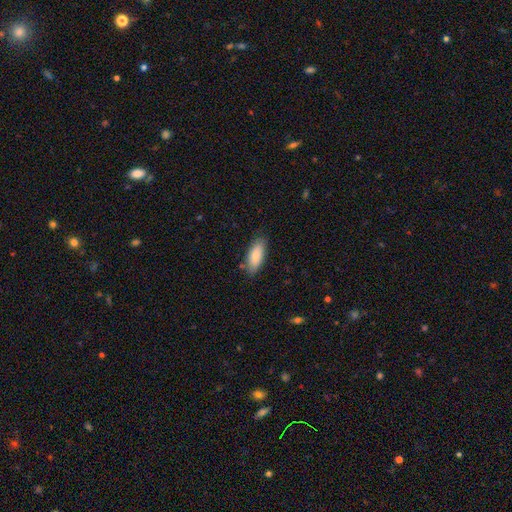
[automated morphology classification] A smooth galaxy with no disk features (85%) that is in between round and cigar-shaped (78%).

Vote fractions:
- Smooth or featured? smooth: 85% / featured or disk: 9% / star or artifact: 6%
- How rounded? in between: 78% / cigar-shaped: 21% / round: 2%
- Merging? none: 80% / minor disturbance: 15% / major disturbance: 3% / merger: 2%